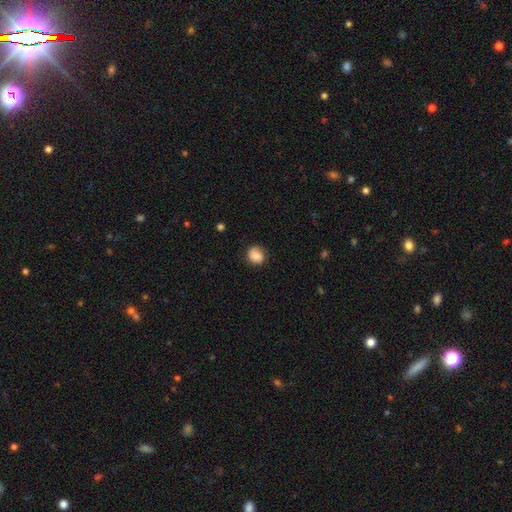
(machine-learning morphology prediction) A smooth galaxy with no disk features (80%) that is round (79%). Merging: none (77%).